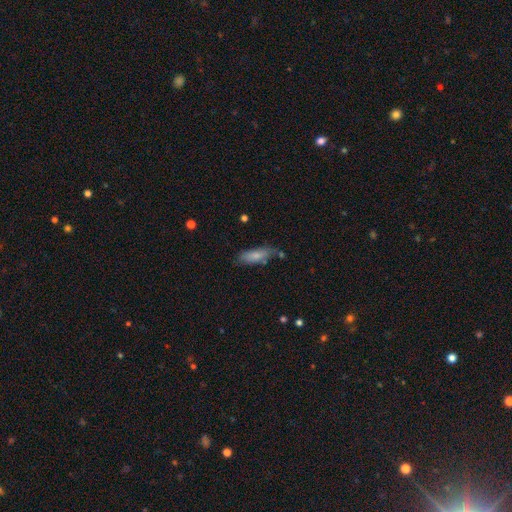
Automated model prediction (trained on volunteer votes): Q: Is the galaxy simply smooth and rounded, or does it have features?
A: smooth — 78%.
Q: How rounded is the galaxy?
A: in between — 57%.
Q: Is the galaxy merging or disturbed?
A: none — 65%.